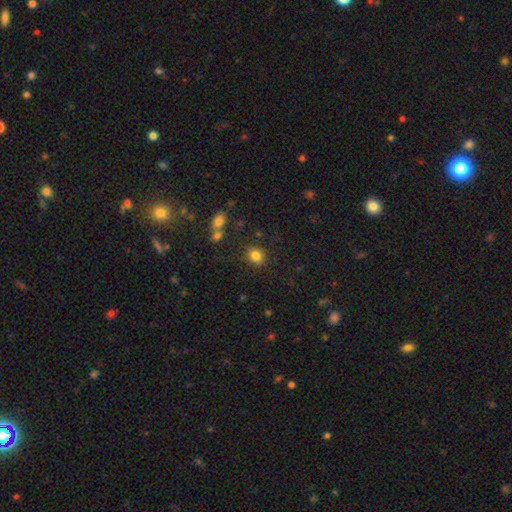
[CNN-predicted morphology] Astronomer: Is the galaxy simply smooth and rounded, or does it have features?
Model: smooth — 82%.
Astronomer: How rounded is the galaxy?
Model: round — 68%.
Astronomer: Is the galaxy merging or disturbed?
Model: none — 83%.